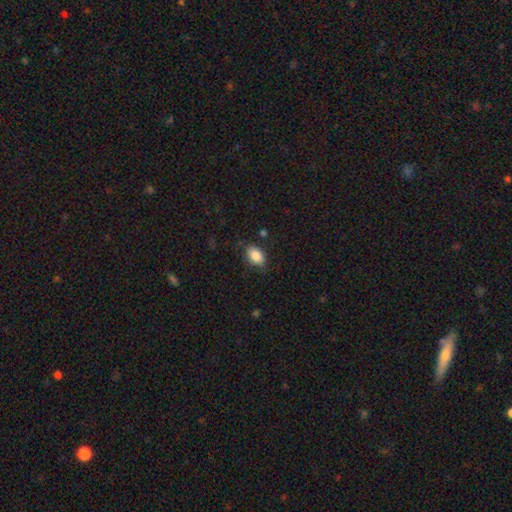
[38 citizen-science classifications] Smooth or featured? smooth (97%)
How rounded? in between (81%)
Merging? none (84%)